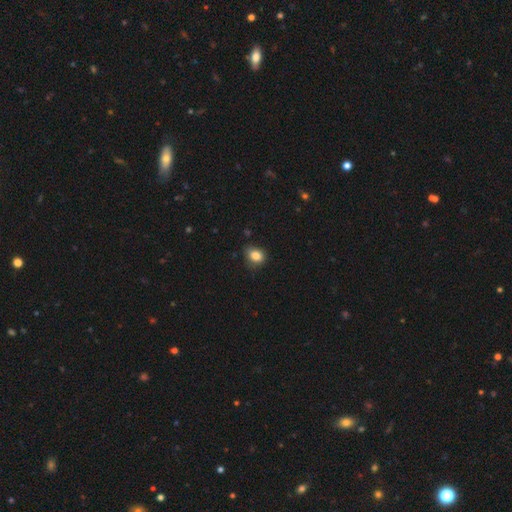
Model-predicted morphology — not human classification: The model was most divided on "how rounded": round: 50%, in between: 49%, cigar-shaped: 1%. More confident: smooth or featured — smooth (84%); merging — none (75%).